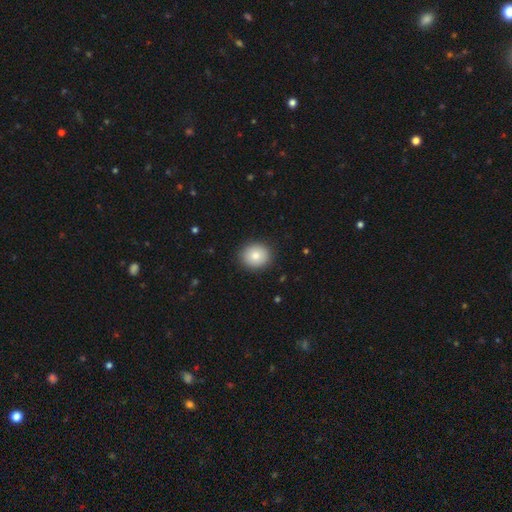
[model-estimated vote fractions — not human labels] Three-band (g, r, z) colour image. It shows a smooth galaxy with no disk features (83%) that is round (78%). Merging: none (90%).